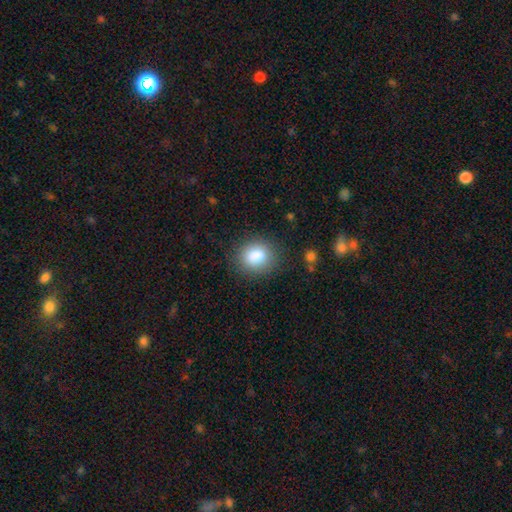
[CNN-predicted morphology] smooth 84%, star or artifact 9%, featured or disk 7%. Down the decision tree: how rounded — round (63%); merging — none (82%).